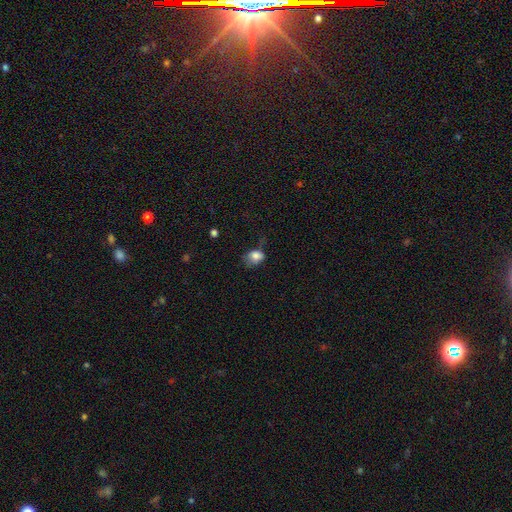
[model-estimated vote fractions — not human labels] A smooth galaxy with no disk features (77%) that is in between round and cigar-shaped (61%). Merging: minor disturbance (36%).